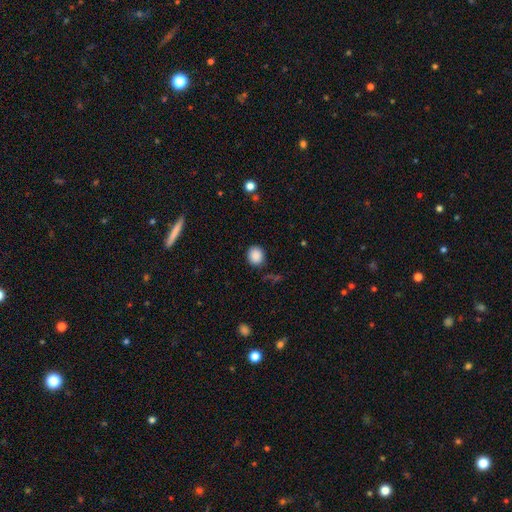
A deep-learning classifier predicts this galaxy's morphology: Smooth or featured: smooth — 88% (star or artifact — 9%)
How rounded: round — 77% (in between — 22%)
Merging: none — 86% (minor disturbance — 9%)